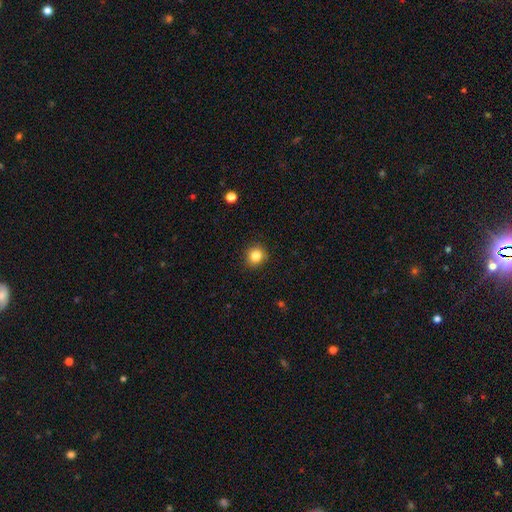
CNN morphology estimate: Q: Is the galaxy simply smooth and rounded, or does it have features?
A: smooth — 83%.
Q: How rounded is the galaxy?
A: round — 86%.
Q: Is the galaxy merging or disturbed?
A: none — 90%.